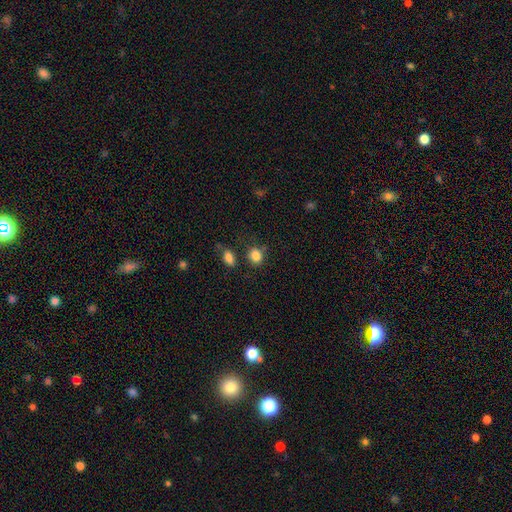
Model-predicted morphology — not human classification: A smooth galaxy with no disk features (84%) that is round (63%).

Vote fractions:
- Smooth or featured? smooth: 84% / star or artifact: 11% / featured or disk: 5%
- How rounded? round: 63% / in between: 36% / cigar-shaped: 1%
- Merging? none: 71% / minor disturbance: 16% / merger: 9% / major disturbance: 5%